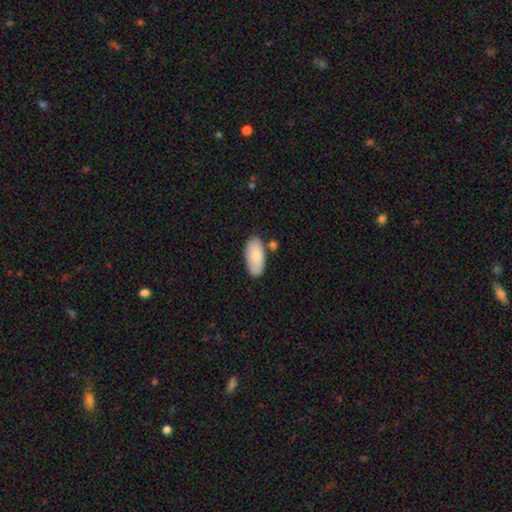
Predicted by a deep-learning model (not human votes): Smooth or featured: smooth — 80% (featured or disk — 14%)
How rounded: in between — 95% (cigar-shaped — 3%)
Merging: none — 71% (minor disturbance — 17%)